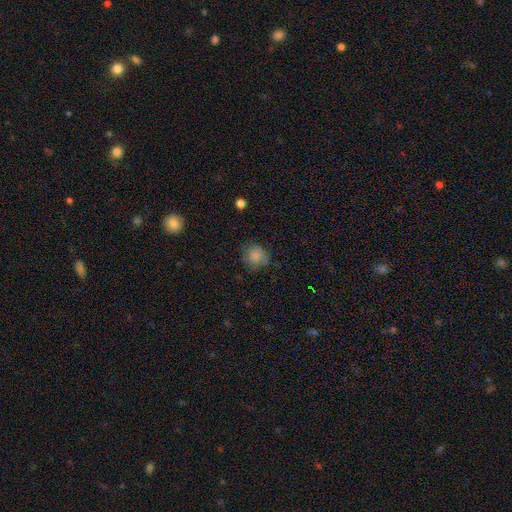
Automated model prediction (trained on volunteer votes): Q: Smooth or featured?
A: smooth (82%); runner-up: featured or disk (9%)
Q: How rounded?
A: round (86%); runner-up: in between (13%)
Q: Merging?
A: none (71%); runner-up: minor disturbance (21%)